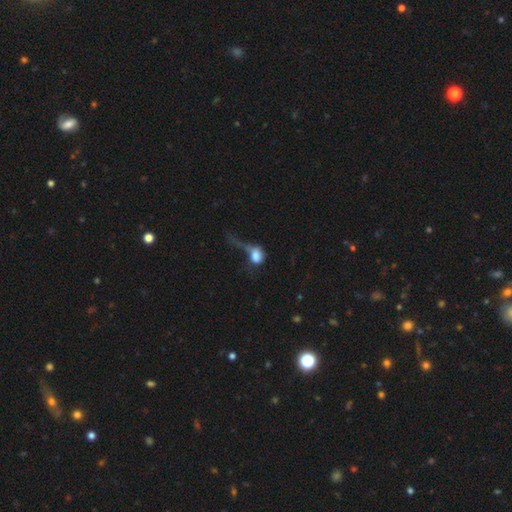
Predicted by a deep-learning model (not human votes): This is likely a smooth galaxy (71%). How rounded: possibly in between (51%). Merging: possibly major disturbance (57%).